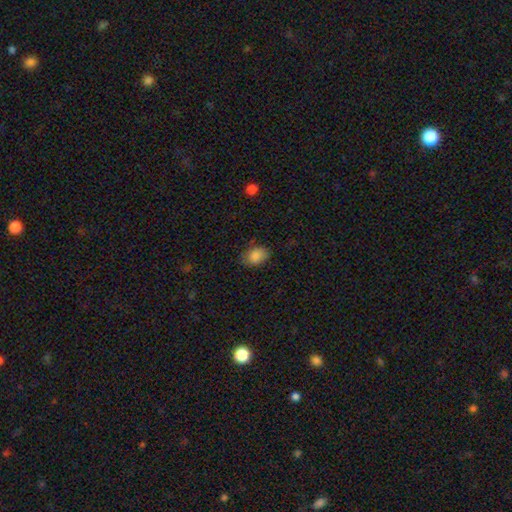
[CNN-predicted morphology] Smooth or featured? Predicted: smooth (p=0.86). How rounded? Predicted: in between (p=0.75). Merging? Predicted: none (p=0.74).